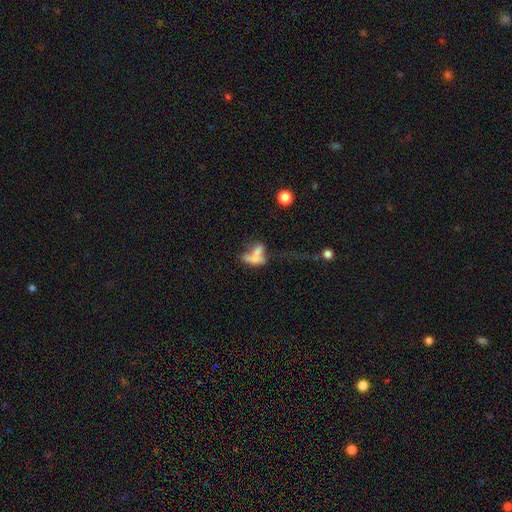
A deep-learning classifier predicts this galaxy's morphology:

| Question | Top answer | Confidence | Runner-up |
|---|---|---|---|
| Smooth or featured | smooth | 55% | featured or disk (32%) |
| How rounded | in between | 73% | cigar-shaped (16%) |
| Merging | merger | 50% | major disturbance (23%) |